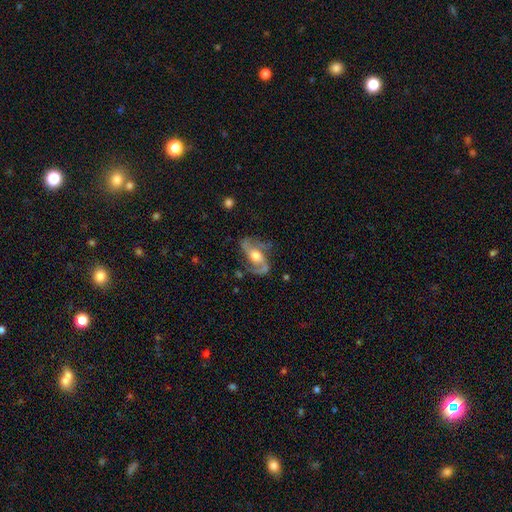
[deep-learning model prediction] Morphology: type=featured or disk (83%); edge-on=no (94%); bar=no (50%); spiral arms=yes (93%); winding=medium (44%); arm count=2 (87%); bulge=moderate (60%); merging=none (62%).